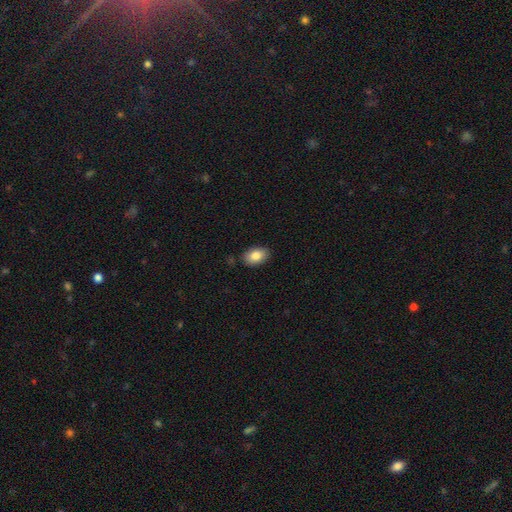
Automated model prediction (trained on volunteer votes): This appears to be a smooth galaxy with no disk features (85%) that is in between round and cigar-shaped (88%). Merging: none (86%).